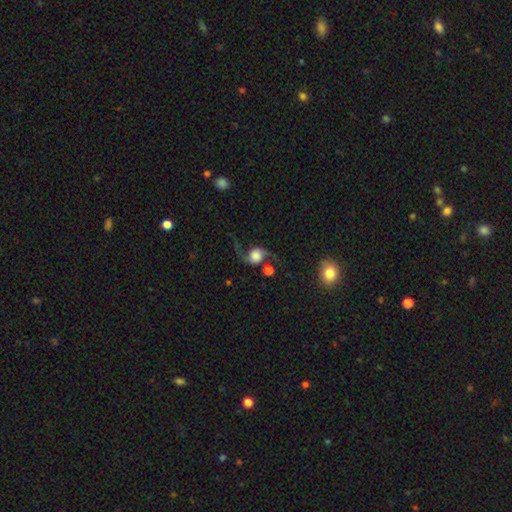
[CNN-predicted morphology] Smooth or featured?
  - featured or disk: 69% *
  - smooth: 22%
  - star or artifact: 9%
Edge-on disk?
  - no: 97% *
  - yes: 3%
Bar?
  - no: 74% *
  - weak: 21%
  - strong: 5%
Spiral arms?
  - yes: 94% *
  - no: 6%
Spiral winding?
  - loose: 85% *
  - medium: 12%
  - tight: 3%
Spiral arm count?
  - 2: 91% *
  - 1: 4%
  - can't tell: 2%
  - 3: 1%
  - 4: 1%
  - more than 4: 1%
Bulge size?
  - large: 36% *
  - dominant: 30%
  - moderate: 15%
  - none: 11%
  - small: 9%
Merging?
  - none: 57% *
  - minor disturbance: 18%
  - major disturbance: 17%
  - merger: 8%